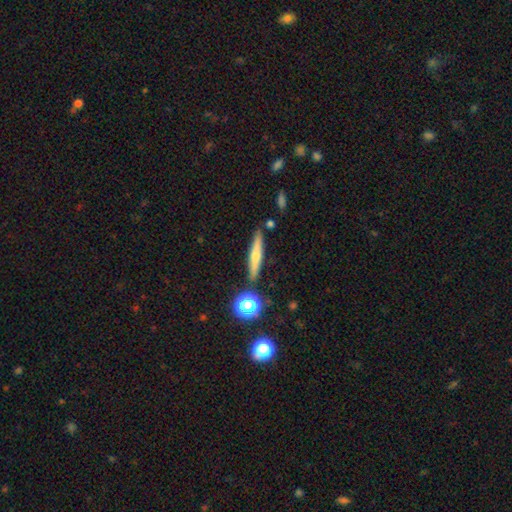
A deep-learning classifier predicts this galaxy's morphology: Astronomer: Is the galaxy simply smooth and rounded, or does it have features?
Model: featured or disk — 47% (runner-up: smooth, 44%).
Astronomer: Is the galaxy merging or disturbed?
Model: none — 86%.